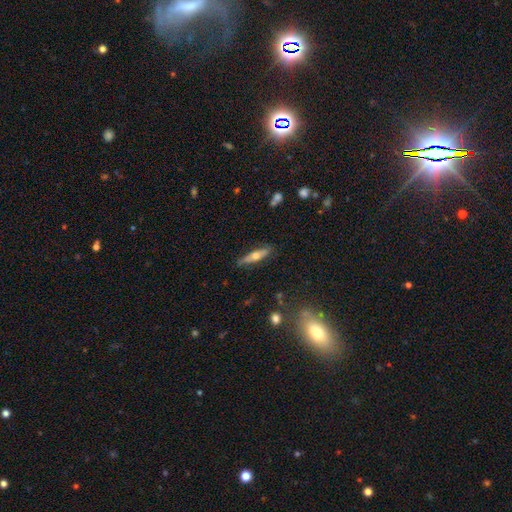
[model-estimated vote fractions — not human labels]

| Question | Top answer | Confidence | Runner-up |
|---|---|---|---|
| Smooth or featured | smooth | 48% | featured or disk (45%) |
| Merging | none | 80% | minor disturbance (16%) |